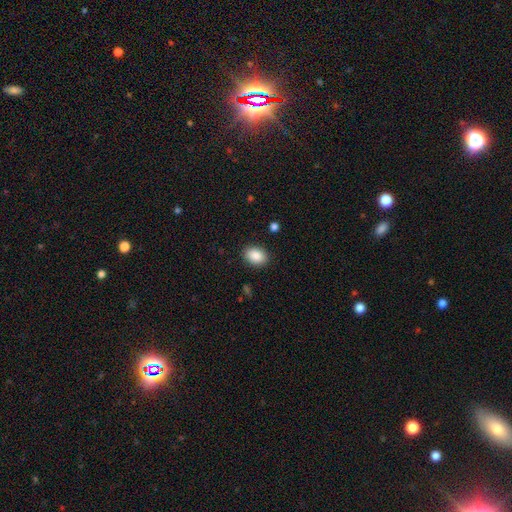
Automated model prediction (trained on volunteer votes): Q: Smooth or featured?
A: smooth (88%); runner-up: star or artifact (7%)
Q: How rounded?
A: in between (76%); runner-up: round (22%)
Q: Merging?
A: none (88%); runner-up: minor disturbance (8%)